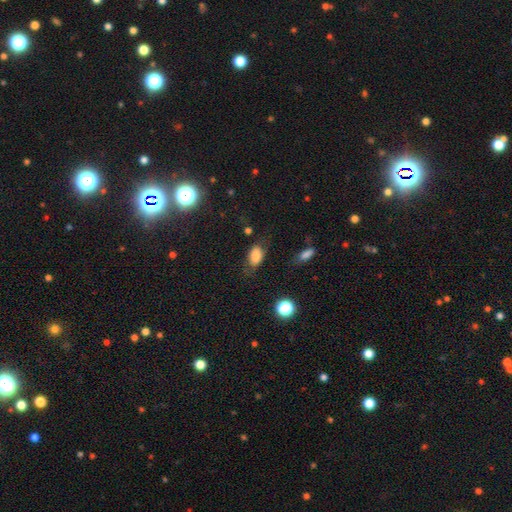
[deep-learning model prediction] Overall: smooth (78%). How rounded: in between (89%). Merging: none (64%).